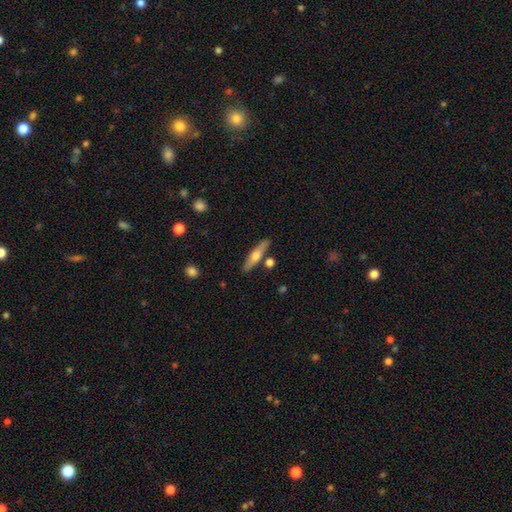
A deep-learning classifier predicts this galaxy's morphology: This appears to be a smooth galaxy with no disk features (50%). Merging: none (82%).